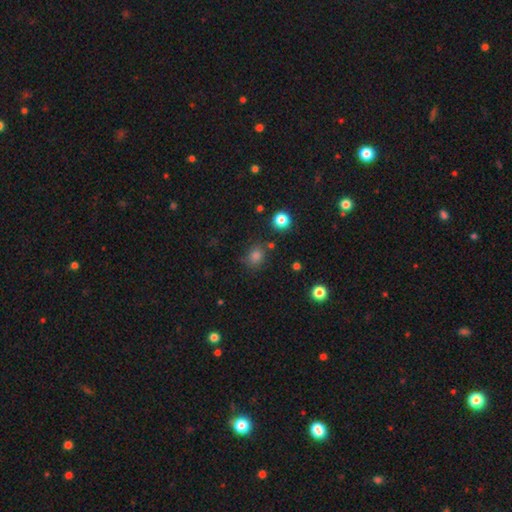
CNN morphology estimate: A smooth galaxy with no disk features (78%) that is round (71%). Merging: none (77%).